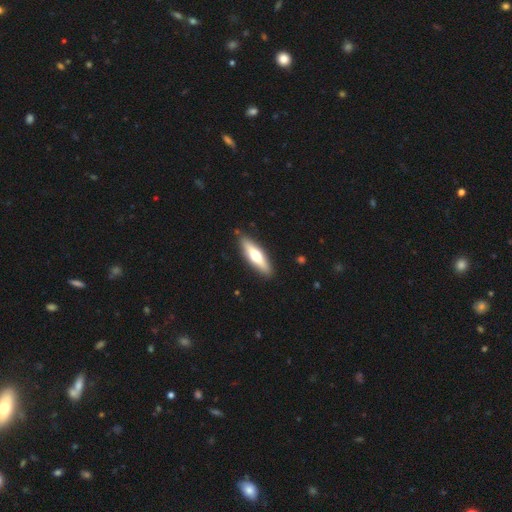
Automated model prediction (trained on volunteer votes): Smooth or featured?
  - smooth: 50% *
  - featured or disk: 45%
  - star or artifact: 5%
Merging?
  - none: 88% *
  - minor disturbance: 8%
  - major disturbance: 2%
  - merger: 1%